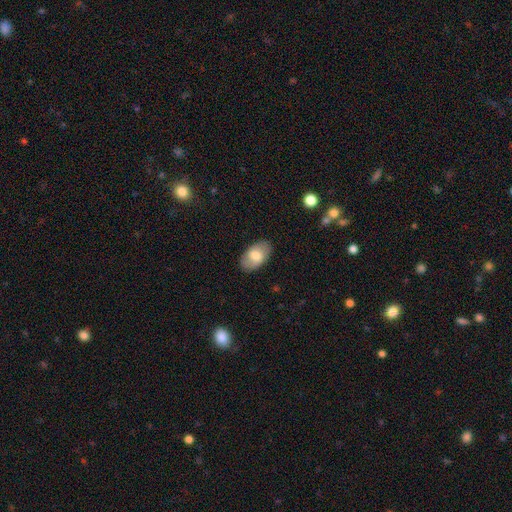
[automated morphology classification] Smooth or featured: smooth — 70% (featured or disk — 24%)
How rounded: in between — 93% (round — 5%)
Merging: none — 85% (minor disturbance — 11%)